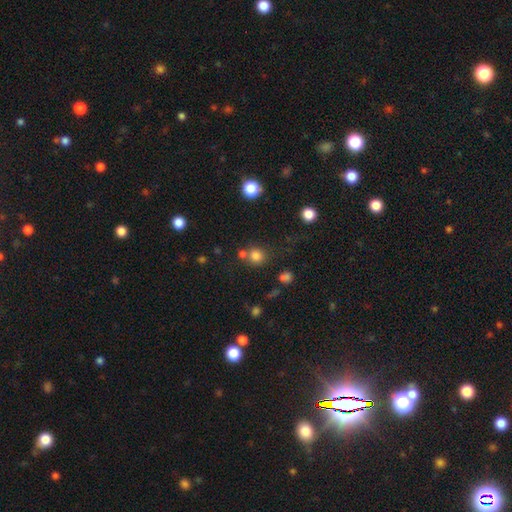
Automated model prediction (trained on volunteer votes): smooth 78%, star or artifact 15%, featured or disk 7%. Down the decision tree: how rounded — round (86%); merging — none (62%).